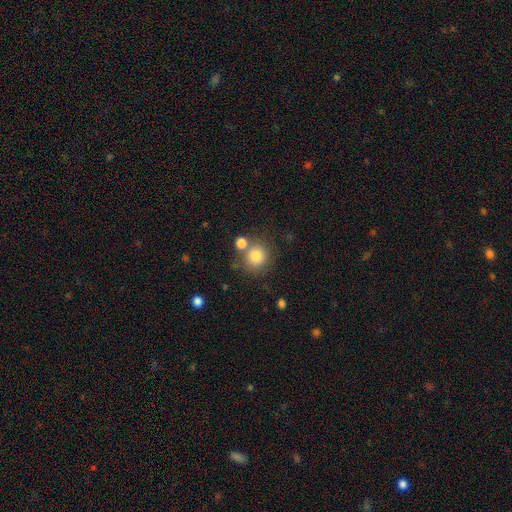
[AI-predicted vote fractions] Smooth or featured? smooth (81%)
How rounded? round (90%)
Merging? none (66%)